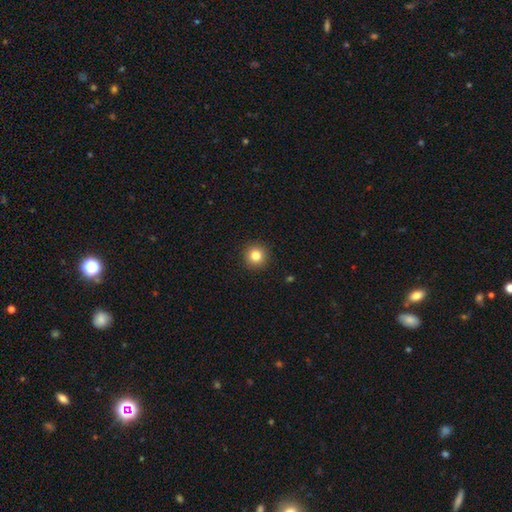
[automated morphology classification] A smooth galaxy with no disk features (82%) that is round (95%). Merging: none (93%).